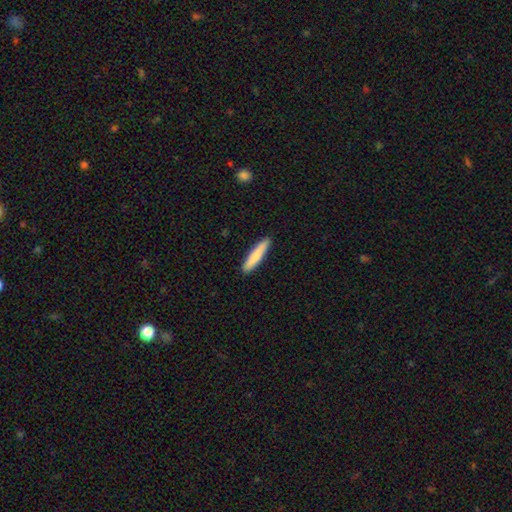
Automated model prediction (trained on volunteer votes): Smooth or featured? smooth (82%)
How rounded? cigar-shaped (90%)
Merging? none (91%)